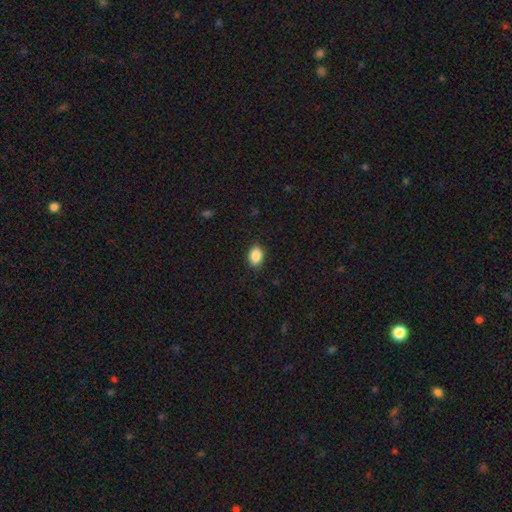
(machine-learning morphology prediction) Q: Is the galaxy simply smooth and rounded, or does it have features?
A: smooth — 89%.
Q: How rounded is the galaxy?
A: in between — 83%.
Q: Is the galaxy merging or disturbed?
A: none — 88%.